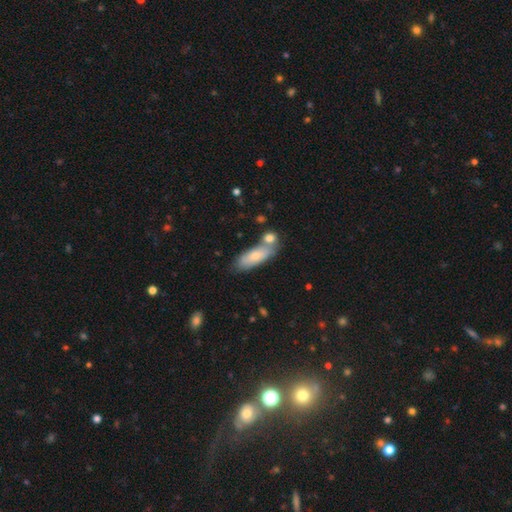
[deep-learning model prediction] Q: Smooth or featured?
A: smooth (69%); runner-up: featured or disk (24%)
Q: How rounded?
A: in between (62%); runner-up: cigar-shaped (35%)
Q: Merging?
A: none (55%); runner-up: merger (25%)